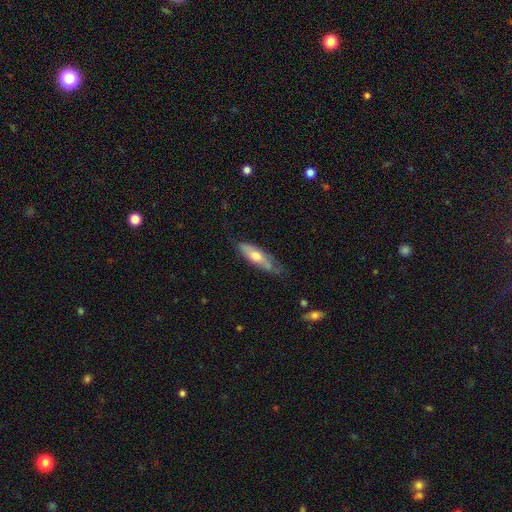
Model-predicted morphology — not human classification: Smooth or featured: smooth — 56% (featured or disk — 38%)
How rounded: cigar-shaped — 51% (in between — 47%)
Merging: none — 53% (minor disturbance — 33%)